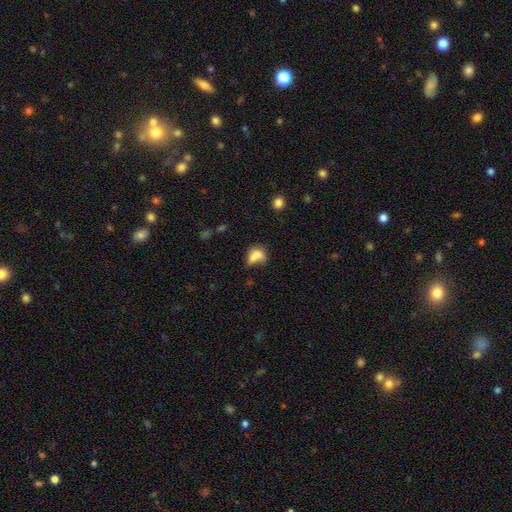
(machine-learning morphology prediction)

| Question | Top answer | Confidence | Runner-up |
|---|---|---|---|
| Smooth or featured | smooth | 72% | featured or disk (16%) |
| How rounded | in between | 72% | round (23%) |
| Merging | none | 29% | merger (24%) |